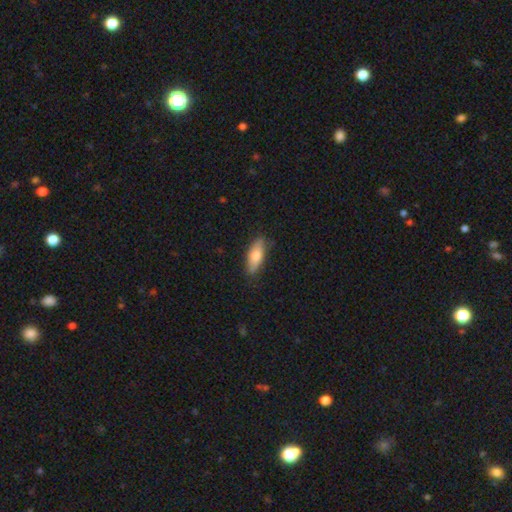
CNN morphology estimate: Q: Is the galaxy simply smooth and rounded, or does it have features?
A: smooth — 72%.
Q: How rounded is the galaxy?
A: in between — 72%.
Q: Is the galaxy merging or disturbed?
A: none — 81%.